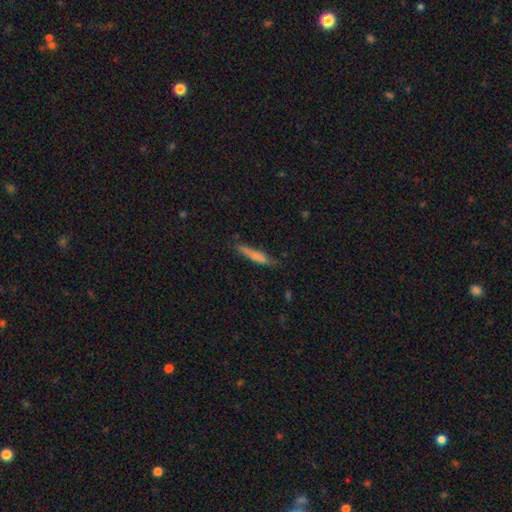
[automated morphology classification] A smooth galaxy with no disk features (73%) that is cigar-shaped (90%).

Vote fractions:
- Smooth or featured? smooth: 73% / featured or disk: 20% / star or artifact: 7%
- How rounded? cigar-shaped: 90% / in between: 9% / round: 1%
- Merging? none: 72% / minor disturbance: 21% / major disturbance: 4% / merger: 2%